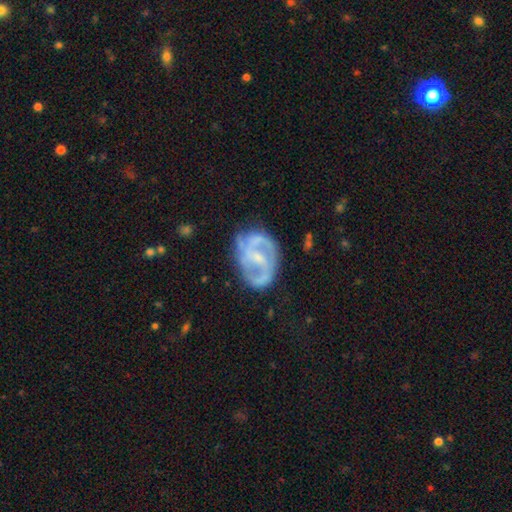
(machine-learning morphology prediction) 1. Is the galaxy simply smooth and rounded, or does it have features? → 81% featured or disk, 13% smooth, 6% star or artifact.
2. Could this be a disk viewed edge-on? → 97% no, 3% yes.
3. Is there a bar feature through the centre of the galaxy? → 45% weak, 36% no, 19% strong.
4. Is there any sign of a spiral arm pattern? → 85% yes, 15% no.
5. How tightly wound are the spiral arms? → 47% medium, 31% tight, 23% loose.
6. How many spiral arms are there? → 56% 2, 19% can't tell, 15% 3, 4% 1, 3% 4, 3% more than 4.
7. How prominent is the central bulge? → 55% small, 33% moderate, 10% none, 2% large, 1% dominant.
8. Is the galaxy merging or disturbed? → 60% none, 24% minor disturbance, 14% major disturbance, 3% merger.